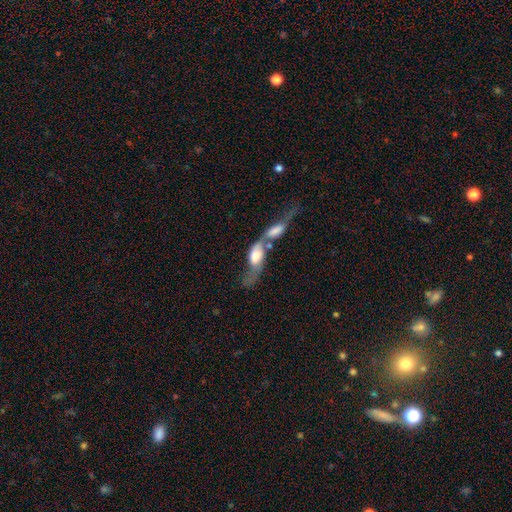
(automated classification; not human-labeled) A featured or disk galaxy (47%). Merging: merger (75%).